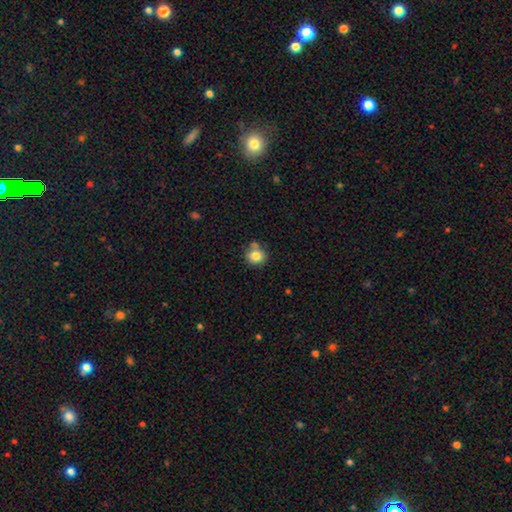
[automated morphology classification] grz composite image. It shows a smooth galaxy with no disk features (80%) that is round (83%). Merging: none (63%).